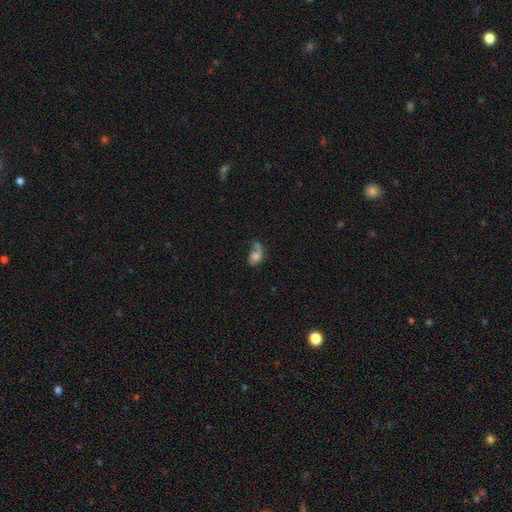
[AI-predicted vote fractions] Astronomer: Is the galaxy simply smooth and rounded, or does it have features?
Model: featured or disk — 46% (runner-up: smooth, 43%).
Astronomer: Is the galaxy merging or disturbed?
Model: major disturbance — 39% (runner-up: none, 31%).